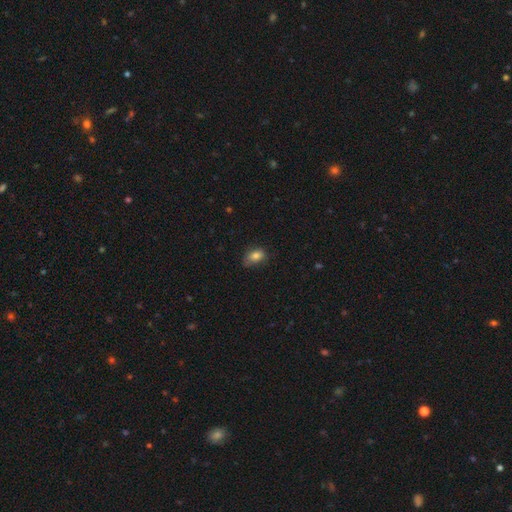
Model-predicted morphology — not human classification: Smooth or featured? Predicted: smooth (p=0.82). How rounded? Predicted: in between (p=0.84). Merging? Predicted: none (p=0.62).